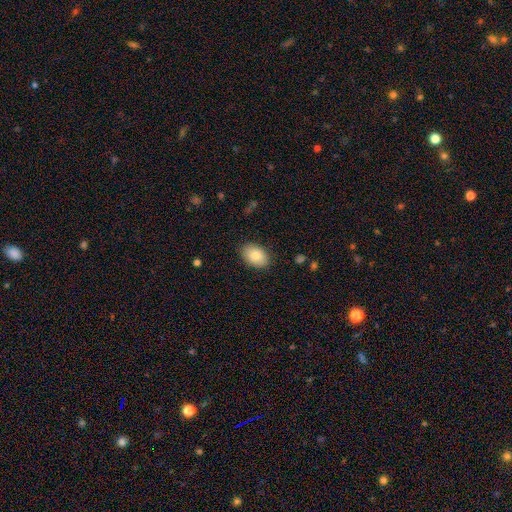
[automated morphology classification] This is clearly a smooth galaxy (84%). How rounded: clearly in between (88%). Merging: clearly none (86%).